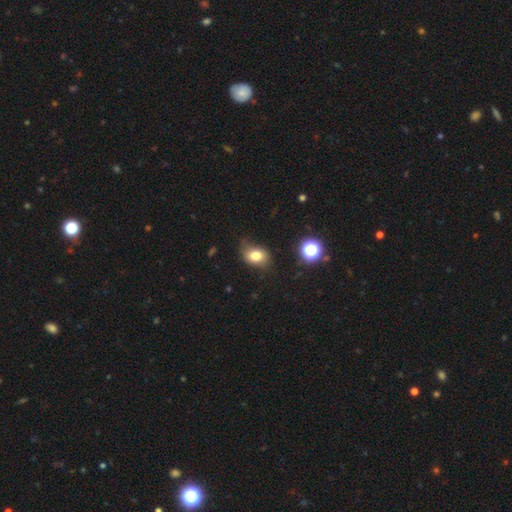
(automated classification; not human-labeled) A smooth galaxy with no disk features (78%) that is in between round and cigar-shaped (68%). Merging: none (71%).